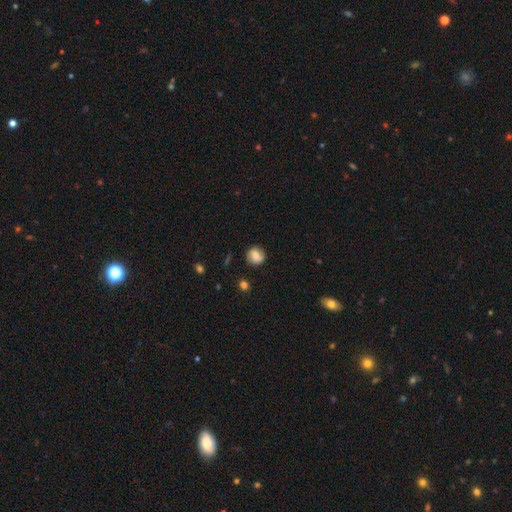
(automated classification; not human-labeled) The model was most divided on "smooth or featured": smooth: 64%, featured or disk: 27%, star or artifact: 9%. More confident: how rounded — round (84%); merging — none (79%).